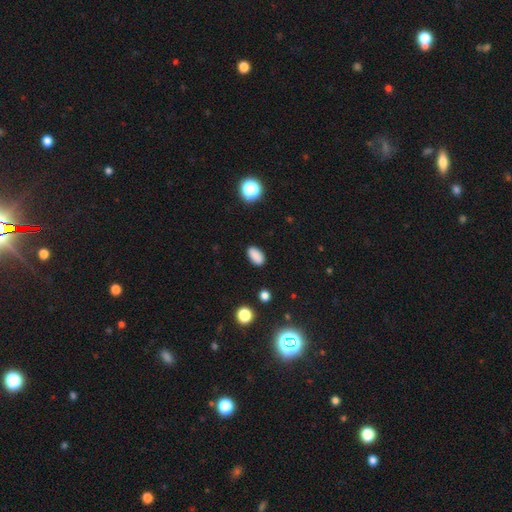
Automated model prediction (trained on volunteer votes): smooth-or-featured: smooth: 87% | star or artifact: 10% | featured or disk: 3%
  how-rounded: in between: 92% | round: 5% | cigar-shaped: 2%
  merging: none: 87% | minor disturbance: 9% | major disturbance: 2% | merger: 1%